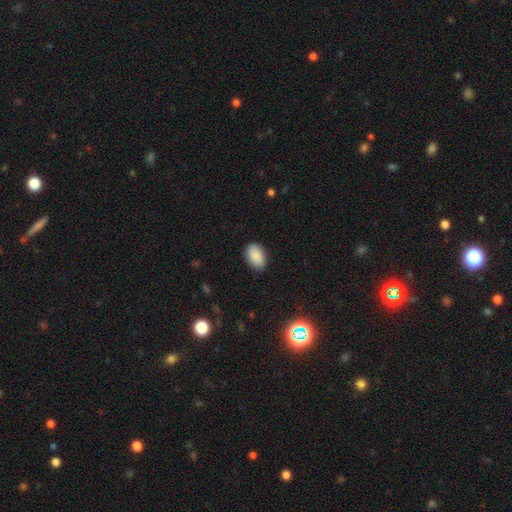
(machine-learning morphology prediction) Smooth or featured?
  - smooth: 89% *
  - star or artifact: 7%
  - featured or disk: 5%
How rounded?
  - in between: 92% *
  - round: 7%
  - cigar-shaped: 1%
Merging?
  - none: 86% *
  - minor disturbance: 11%
  - major disturbance: 2%
  - merger: 1%